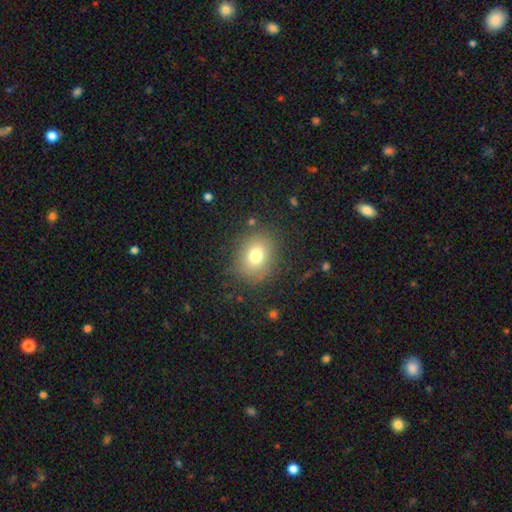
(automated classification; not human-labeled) Q: Smooth or featured?
A: smooth (75%); runner-up: star or artifact (12%)
Q: How rounded?
A: round (57%); runner-up: in between (42%)
Q: Merging?
A: none (82%); runner-up: minor disturbance (12%)